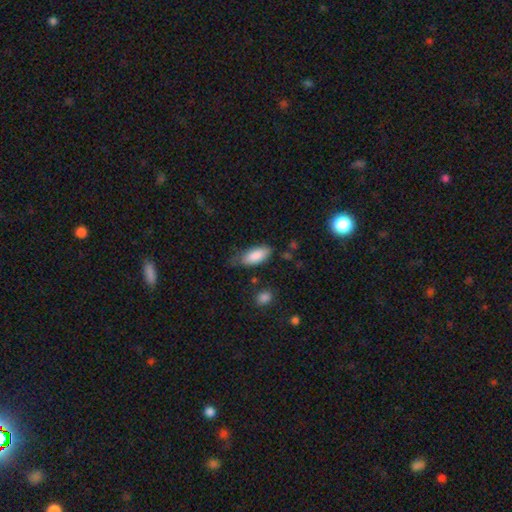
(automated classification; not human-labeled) This is clearly a smooth galaxy (87%). How rounded: clearly in between (86%). Merging: possibly none (55%).